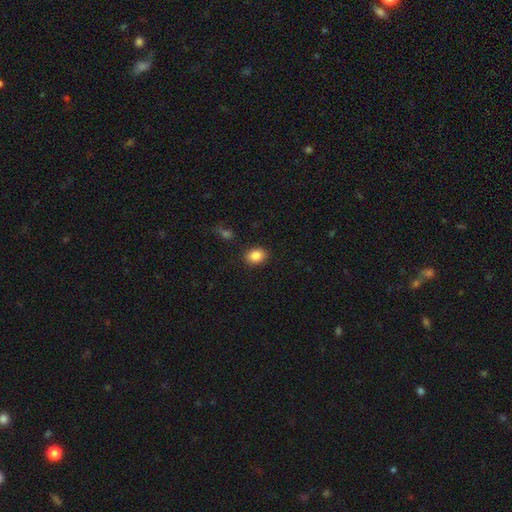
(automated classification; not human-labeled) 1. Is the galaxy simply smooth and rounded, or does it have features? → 86% smooth, 9% star or artifact, 5% featured or disk.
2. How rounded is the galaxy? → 58% in between, 41% round, 1% cigar-shaped.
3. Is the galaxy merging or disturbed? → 87% none, 8% minor disturbance, 2% major disturbance, 2% merger.